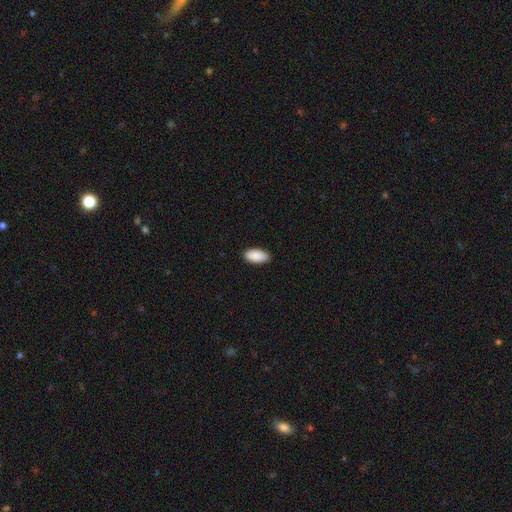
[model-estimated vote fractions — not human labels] smooth 91%, star or artifact 6%, featured or disk 3%. Down the decision tree: how rounded — in between (93%); merging — none (88%).